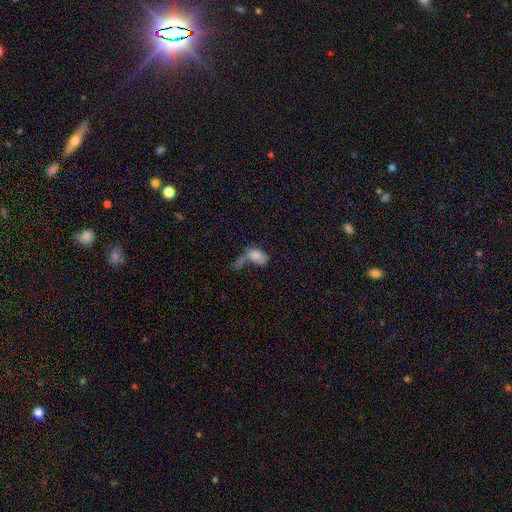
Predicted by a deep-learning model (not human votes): A smooth galaxy with no disk features (75%) that is in between round and cigar-shaped (89%).

Vote fractions:
- Smooth or featured? smooth: 75% / featured or disk: 15% / star or artifact: 10%
- How rounded? in between: 89% / round: 8% / cigar-shaped: 3%
- Merging? merger: 48% / major disturbance: 23% / none: 17% / minor disturbance: 12%